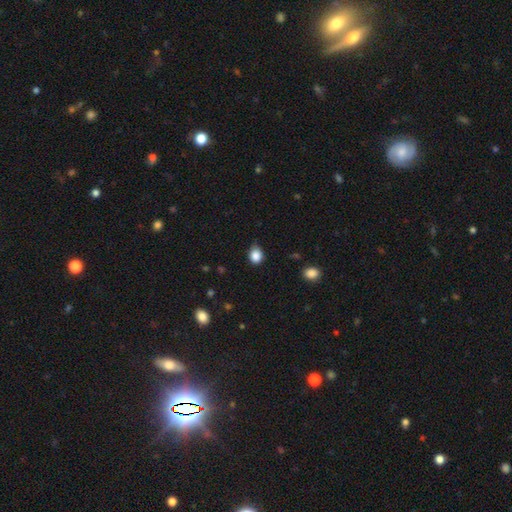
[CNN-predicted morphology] This is clearly a smooth galaxy (86%). How rounded: possibly round (58%). Merging: likely none (65%).